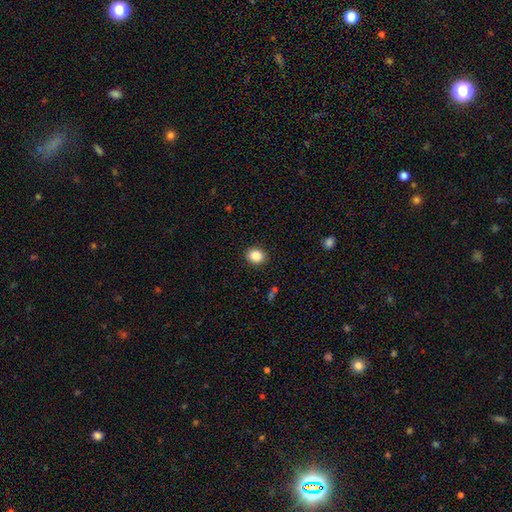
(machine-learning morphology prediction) Q: Smooth or featured?
A: smooth (87%); runner-up: star or artifact (9%)
Q: How rounded?
A: round (59%); runner-up: in between (40%)
Q: Merging?
A: none (91%); runner-up: minor disturbance (6%)